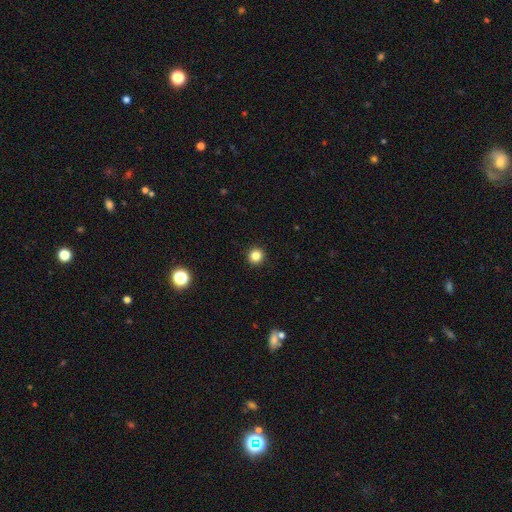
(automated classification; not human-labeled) Q: Smooth or featured?
A: smooth (84%); runner-up: star or artifact (12%)
Q: How rounded?
A: round (95%); runner-up: in between (4%)
Q: Merging?
A: none (93%); runner-up: minor disturbance (4%)